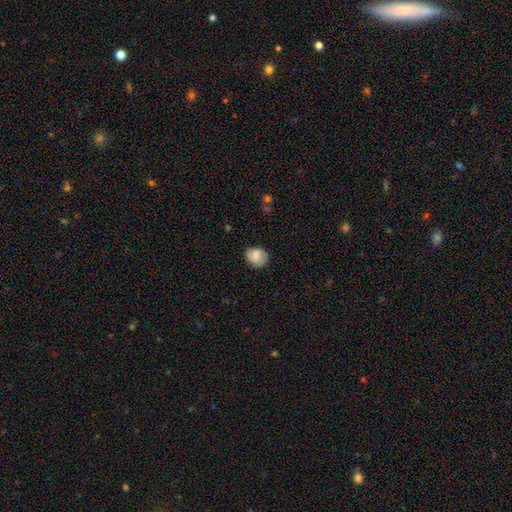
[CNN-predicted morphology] The model was most divided on "how rounded": round: 64%, in between: 35%, cigar-shaped: 1%. More confident: merging — none (77%); smooth or featured — smooth (77%).